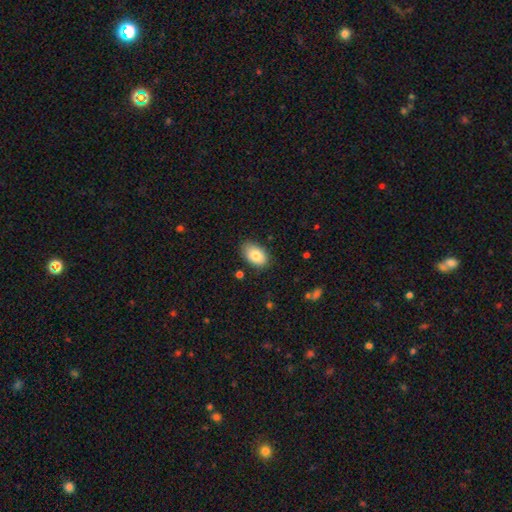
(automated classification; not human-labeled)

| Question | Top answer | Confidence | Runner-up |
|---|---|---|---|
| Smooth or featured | smooth | 82% | featured or disk (11%) |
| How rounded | in between | 91% | round (8%) |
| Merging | none | 79% | minor disturbance (16%) |